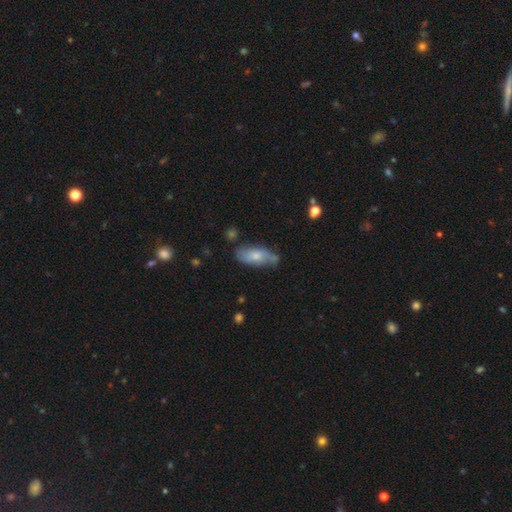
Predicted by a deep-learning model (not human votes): smooth-or-featured: smooth: 61% | featured or disk: 32% | star or artifact: 7%
  how-rounded: in between: 79% | cigar-shaped: 18% | round: 3%
  merging: none: 58% | minor disturbance: 29% | major disturbance: 8% | merger: 5%